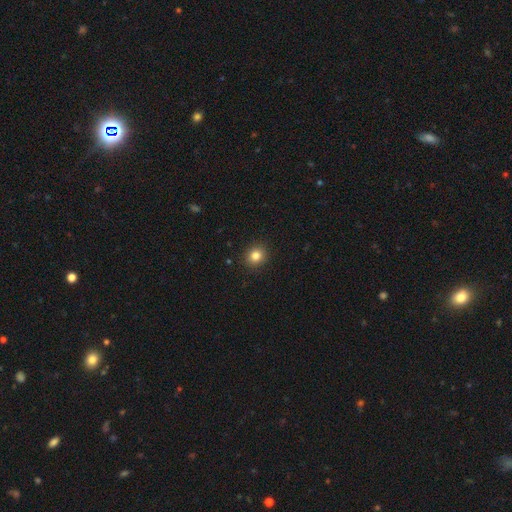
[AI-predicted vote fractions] The model was most divided on "how rounded": round: 81%, in between: 18%, cigar-shaped: 1%. More confident: merging — none (91%); smooth or featured — smooth (82%).